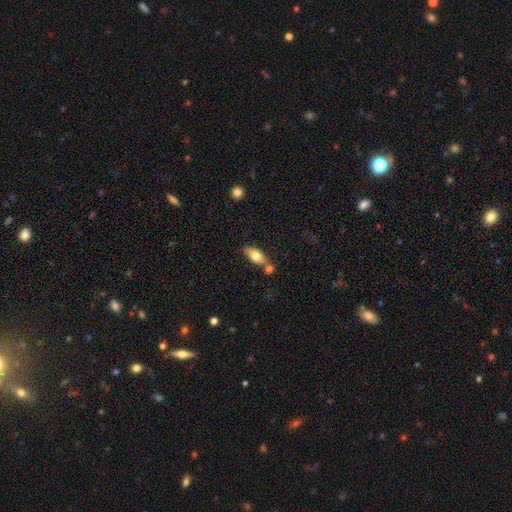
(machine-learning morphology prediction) Smooth or featured?
  - smooth: 74% *
  - featured or disk: 19%
  - star or artifact: 7%
How rounded?
  - in between: 83% *
  - cigar-shaped: 13%
  - round: 4%
Merging?
  - none: 53% *
  - merger: 30%
  - minor disturbance: 14%
  - major disturbance: 4%